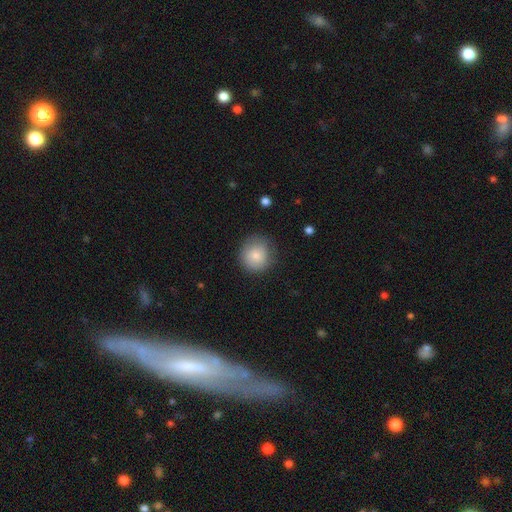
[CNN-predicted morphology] Smooth or featured: smooth — 81% (featured or disk — 12%)
How rounded: round — 89% (in between — 10%)
Merging: none — 76% (minor disturbance — 18%)